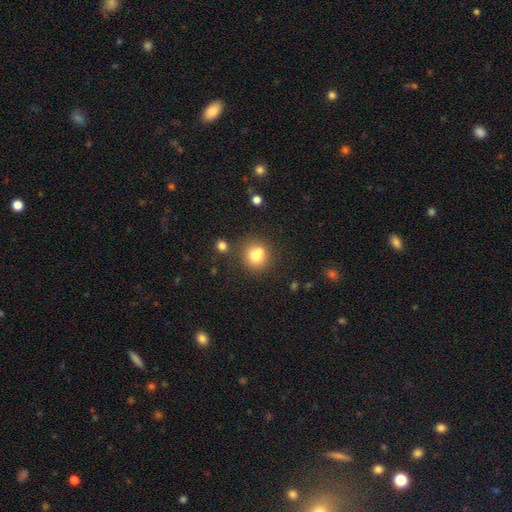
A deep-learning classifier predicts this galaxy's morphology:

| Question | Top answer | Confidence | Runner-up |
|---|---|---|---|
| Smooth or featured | smooth | 75% | featured or disk (14%) |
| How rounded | round | 85% | in between (14%) |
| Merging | none | 56% | merger (29%) |